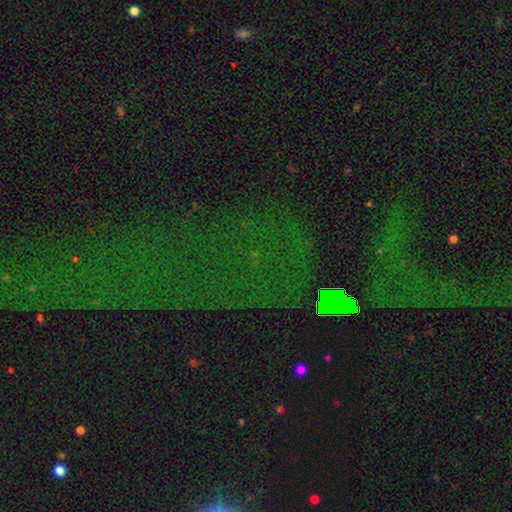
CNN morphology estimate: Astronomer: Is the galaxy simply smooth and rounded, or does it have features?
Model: star or artifact — 80%.